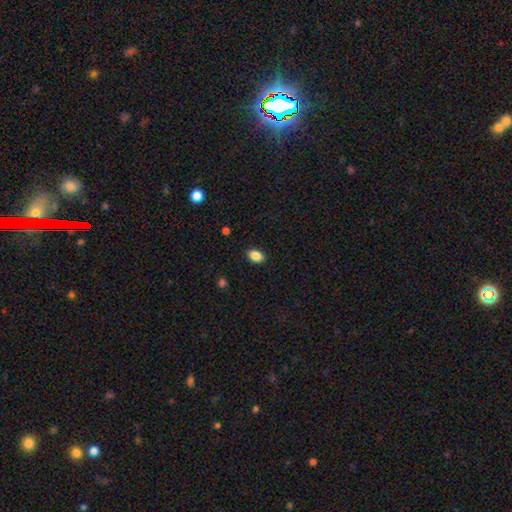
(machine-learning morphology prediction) A smooth galaxy with no disk features (87%) that is in between round and cigar-shaped (85%). Merging: none (89%).